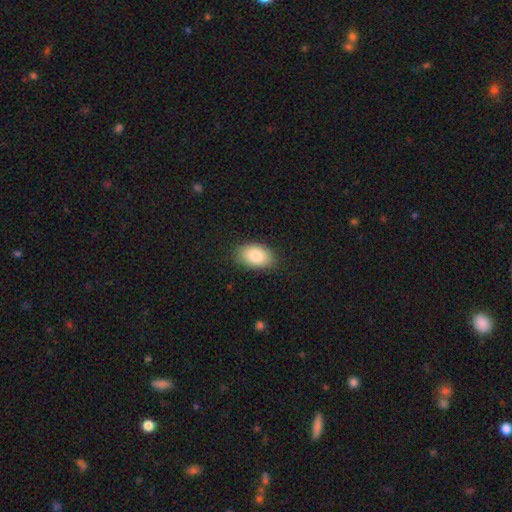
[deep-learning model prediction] Q: Smooth or featured?
A: smooth (83%); runner-up: featured or disk (9%)
Q: How rounded?
A: in between (90%); runner-up: round (9%)
Q: Merging?
A: none (85%); runner-up: minor disturbance (12%)